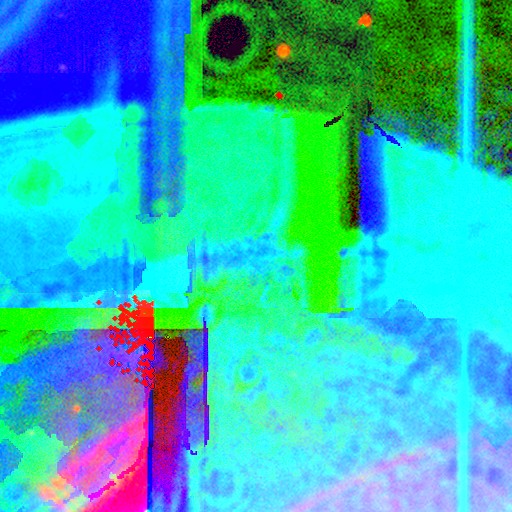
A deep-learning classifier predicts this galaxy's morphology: Overall: star or artifact (86%).